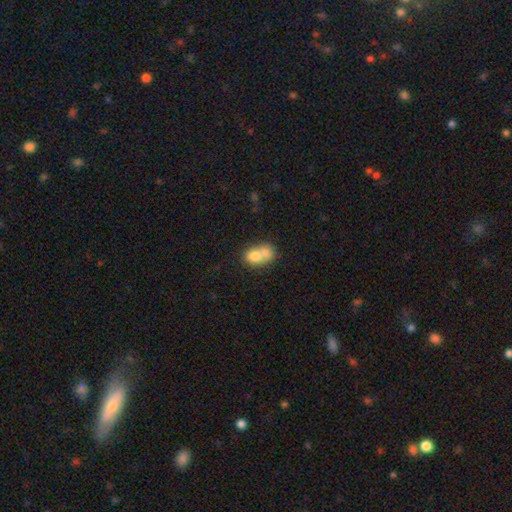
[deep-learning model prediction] smooth-or-featured: smooth: 73% | featured or disk: 18% | star or artifact: 9%
  how-rounded: round: 50% | in between: 49% | cigar-shaped: 1%
  merging: merger: 69% | none: 21% | minor disturbance: 7% | major disturbance: 3%